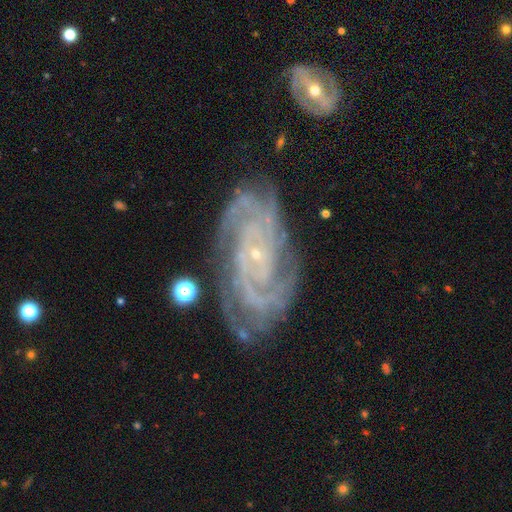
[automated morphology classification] Smooth or featured? Predicted: featured or disk (p=0.91). Edge-on disk? Predicted: no (p=0.97). Bar? Predicted: no (p=0.67). Spiral arms? Predicted: yes (p=0.98). Spiral winding? Predicted: tight (p=0.75). Spiral arm count? Predicted: 4 (p=0.22, tied with 3). Bulge size? Predicted: small (p=0.87). Merging? Predicted: none (p=0.71).